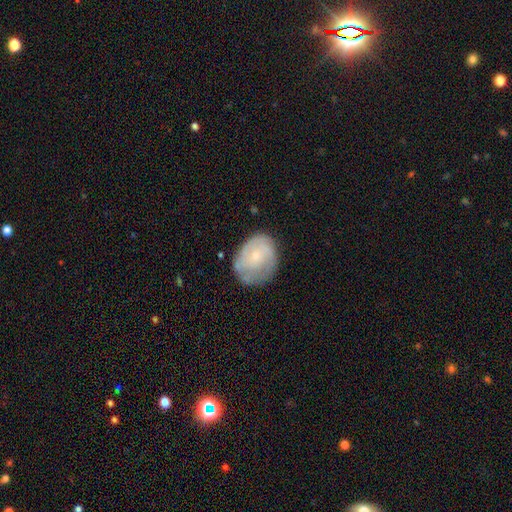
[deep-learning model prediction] This appears to be a featured or disk galaxy (56%) with no bar (76%), spiral arms (76%) and a small central bulge (73%). Merging: none (64%).